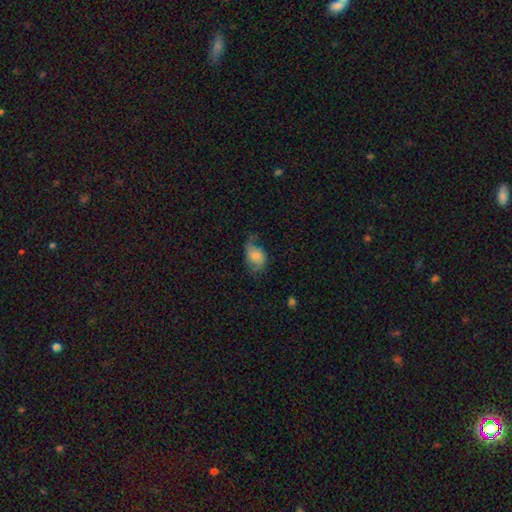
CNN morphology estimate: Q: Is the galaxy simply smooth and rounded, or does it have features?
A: smooth — 62%.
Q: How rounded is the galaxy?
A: in between — 83%.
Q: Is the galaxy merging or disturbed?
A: none — 41%.